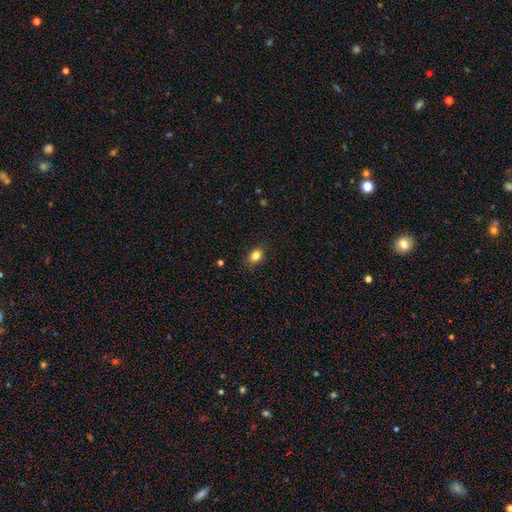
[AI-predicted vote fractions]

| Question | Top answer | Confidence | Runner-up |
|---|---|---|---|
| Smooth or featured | smooth | 84% | star or artifact (10%) |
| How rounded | in between | 65% | round (33%) |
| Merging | none | 83% | minor disturbance (13%) |